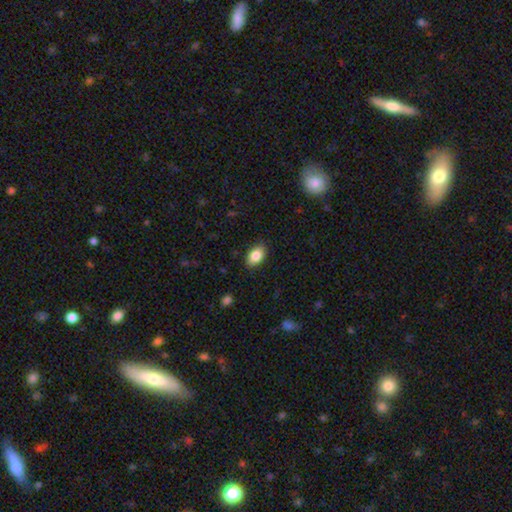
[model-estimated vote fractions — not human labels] The model was most divided on "merging": none: 87%, minor disturbance: 10%, major disturbance: 2%, merger: 1%. More confident: how rounded — in between (89%); smooth or featured — smooth (85%).